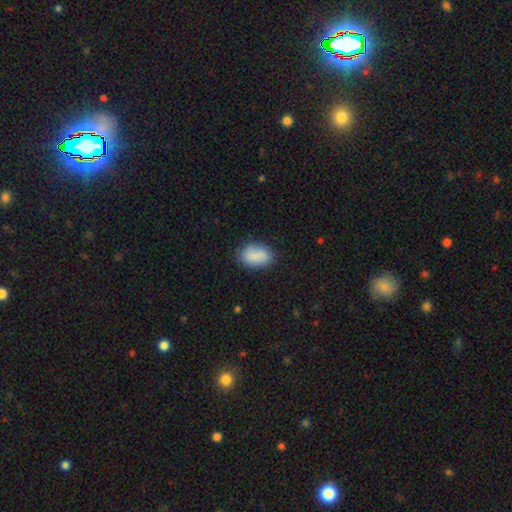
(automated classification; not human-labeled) Smooth or featured?
  - smooth: 86% *
  - featured or disk: 7%
  - star or artifact: 7%
How rounded?
  - in between: 89% *
  - round: 10%
  - cigar-shaped: 2%
Merging?
  - none: 79% *
  - minor disturbance: 16%
  - major disturbance: 4%
  - merger: 2%